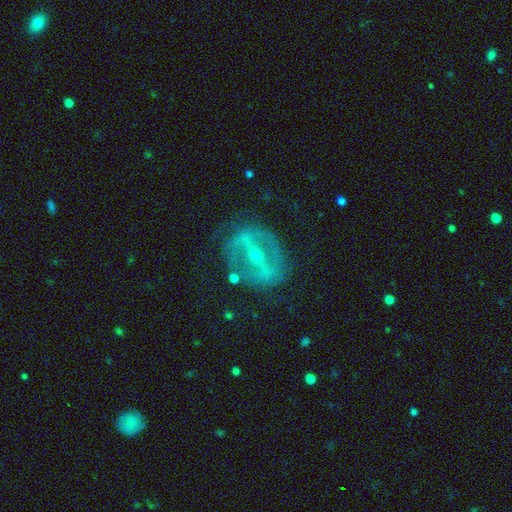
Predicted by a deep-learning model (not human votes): Smooth or featured? Predicted: featured or disk (p=0.81). Edge-on disk? Predicted: no (p=0.88). Bar? Predicted: strong (p=0.74). Spiral arms? Predicted: no (p=0.57). Bulge size? Predicted: small (p=0.70). Merging? Predicted: none (p=0.73).